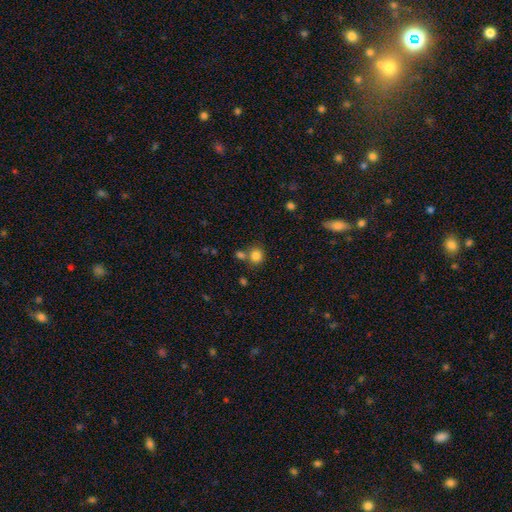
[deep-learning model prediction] smooth 82%, star or artifact 12%, featured or disk 6%. Down the decision tree: how rounded — round (83%); merging — none (65%).